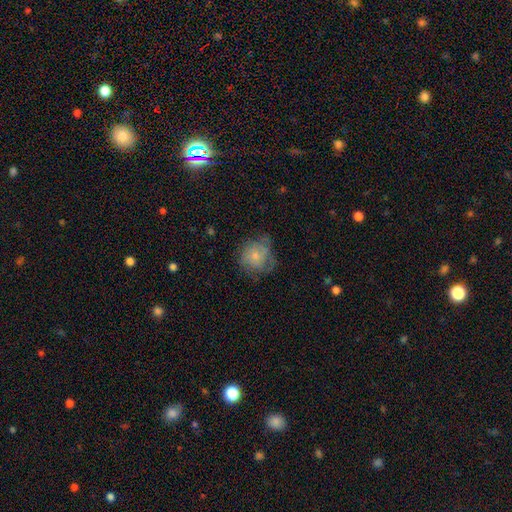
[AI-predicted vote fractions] This is likely a smooth galaxy (62%). How rounded: clearly round (81%). Merging: possibly none (53%).